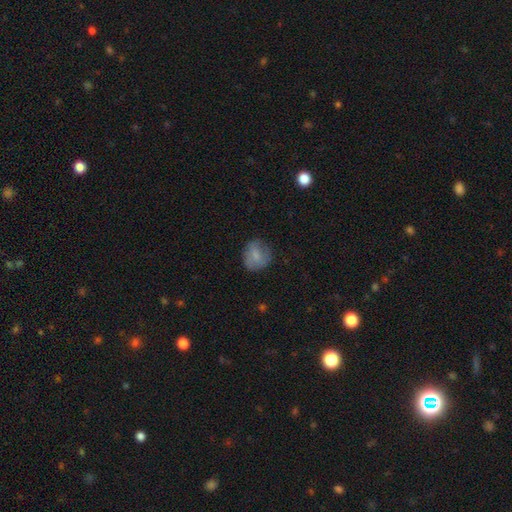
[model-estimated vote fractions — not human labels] Smooth or featured: smooth — 75% (featured or disk — 17%)
How rounded: round — 76% (in between — 23%)
Merging: none — 71% (minor disturbance — 20%)